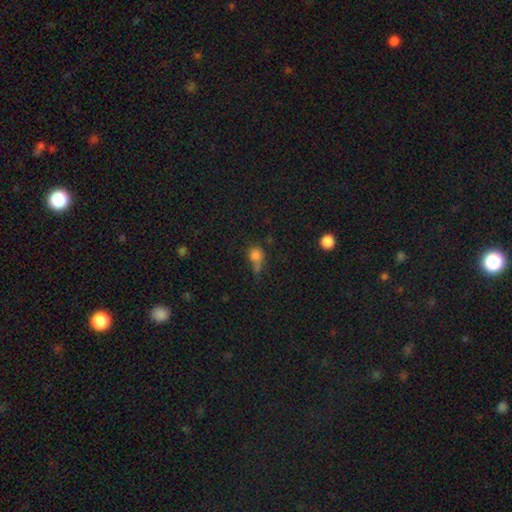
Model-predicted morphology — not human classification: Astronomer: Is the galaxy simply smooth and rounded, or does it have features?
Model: smooth — 76%.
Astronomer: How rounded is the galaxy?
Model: round — 70%.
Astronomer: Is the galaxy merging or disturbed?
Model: none — 38% (runner-up: minor disturbance, 24%).